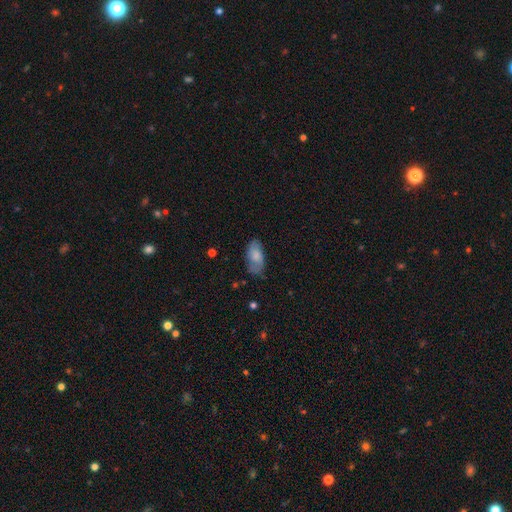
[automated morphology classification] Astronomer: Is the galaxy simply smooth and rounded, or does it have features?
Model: smooth — 74%.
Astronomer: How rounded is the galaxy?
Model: in between — 92%.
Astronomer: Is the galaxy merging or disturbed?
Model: none — 63%.